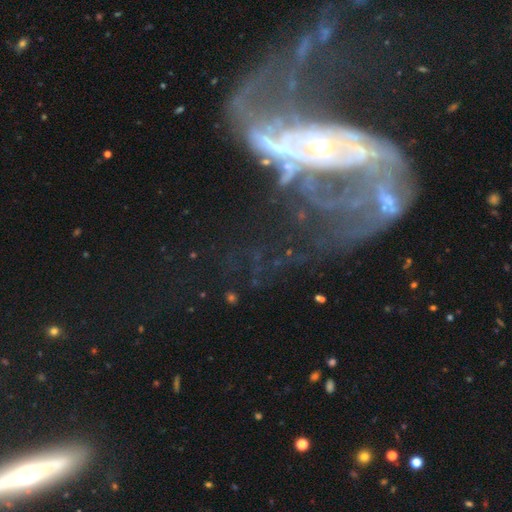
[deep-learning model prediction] Smooth or featured?
  - featured or disk: 81% *
  - star or artifact: 11%
  - smooth: 8%
Edge-on disk?
  - no: 91% *
  - yes: 9%
Bar?
  - no: 51% *
  - weak: 26%
  - strong: 24%
Spiral arms?
  - yes: 76% *
  - no: 24%
Spiral winding?
  - loose: 44% *
  - medium: 33%
  - tight: 23%
Spiral arm count?
  - 2: 57% *
  - can't tell: 20%
  - 1: 7%
  - 3: 6%
  - 4: 5%
  - more than 4: 5%
Bulge size?
  - small: 55% *
  - moderate: 36%
  - large: 4%
  - none: 3%
  - dominant: 2%
Merging?
  - major disturbance: 41% *
  - none: 24%
  - merger: 22%
  - minor disturbance: 12%